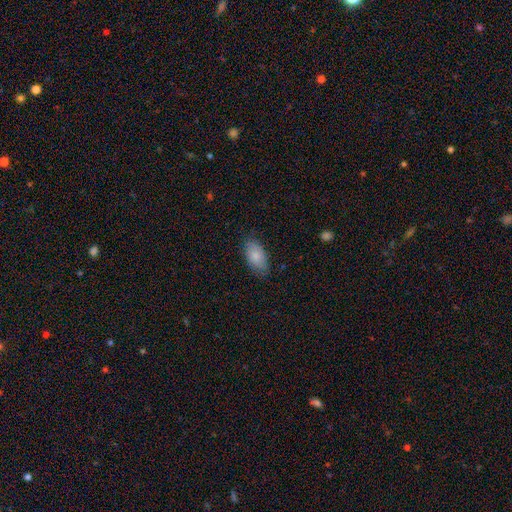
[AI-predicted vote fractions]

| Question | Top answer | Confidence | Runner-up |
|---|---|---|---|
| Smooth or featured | smooth | 81% | featured or disk (13%) |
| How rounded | in between | 93% | round (4%) |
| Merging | none | 79% | minor disturbance (17%) |